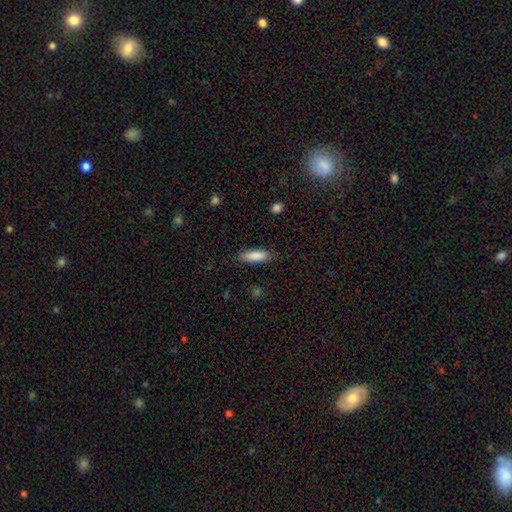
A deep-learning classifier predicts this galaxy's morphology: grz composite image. It shows a smooth galaxy with no disk features (86%) that is in between round and cigar-shaped (53%). Merging: none (82%).